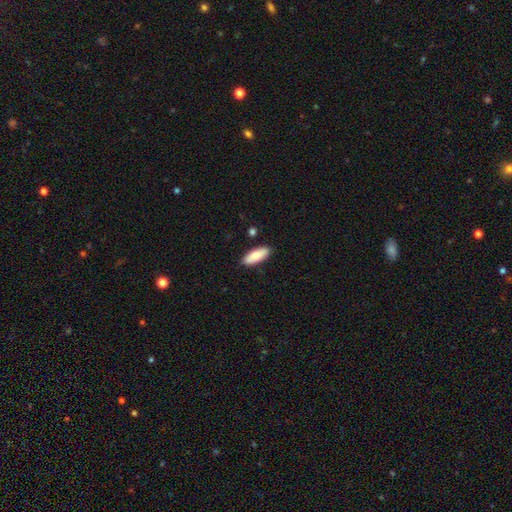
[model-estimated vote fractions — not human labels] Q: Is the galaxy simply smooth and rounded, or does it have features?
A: smooth — 79%.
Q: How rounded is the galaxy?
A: in between — 76%.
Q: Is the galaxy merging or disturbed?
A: none — 87%.